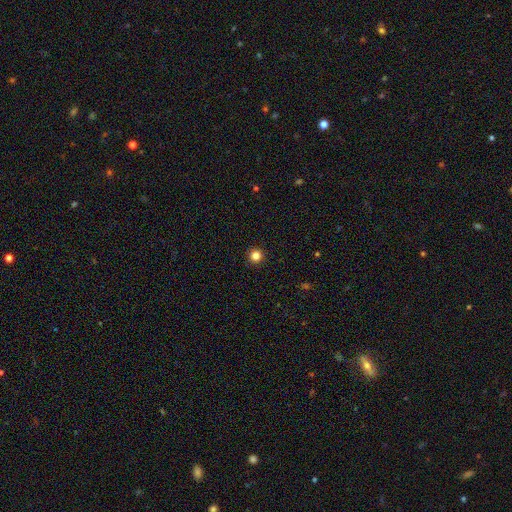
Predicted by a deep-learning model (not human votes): smooth_or_featured: smooth (p=0.83) [alt: star or artifact p=0.12]
how_rounded: round (p=0.96) [alt: in between p=0.03]
merging: none (p=0.94) [alt: minor disturbance p=0.04]